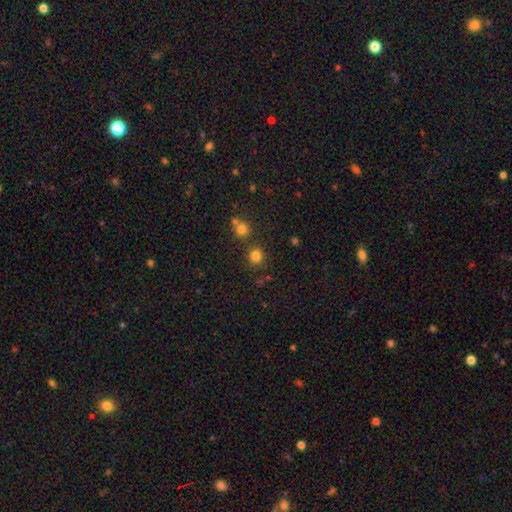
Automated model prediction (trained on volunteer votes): Morphology: type=smooth (79%); roundness=round (91%); merging=none (81%).